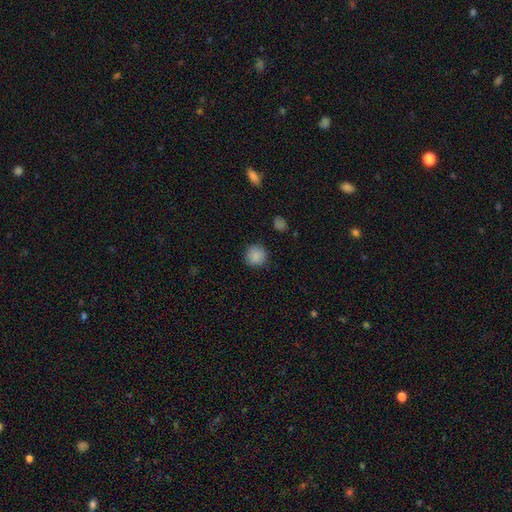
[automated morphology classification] smooth_or_featured: smooth (p=0.86) [alt: star or artifact p=0.09]
how_rounded: round (p=0.93) [alt: in between p=0.06]
merging: none (p=0.88) [alt: minor disturbance p=0.08]